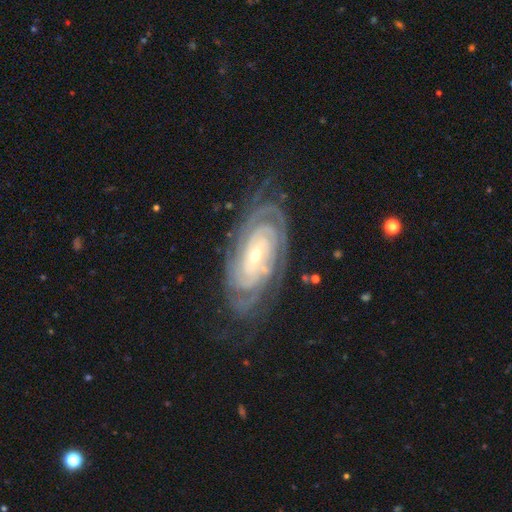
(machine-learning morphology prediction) featured or disk 89%, star or artifact 6%, smooth 5%. Down the decision tree: edge-on disk — no (95%); bar — no (47%); spiral arms — yes (98%); spiral arm count — can't tell (24%); spiral winding — tight (84%); bulge size — small (67%); merging — none (76%).